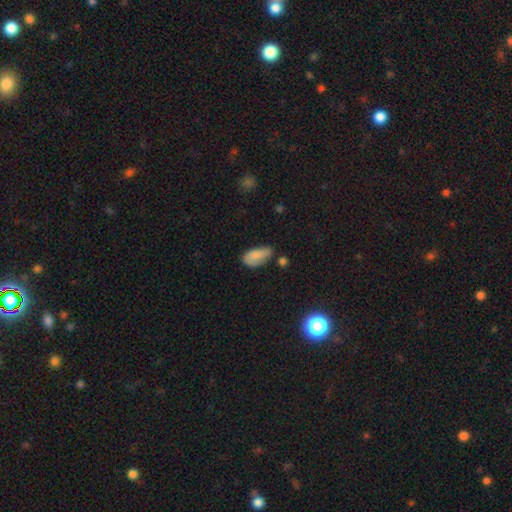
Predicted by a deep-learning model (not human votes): This is likely a smooth galaxy (77%). How rounded: clearly in between (90%). Merging: possibly none (47%).